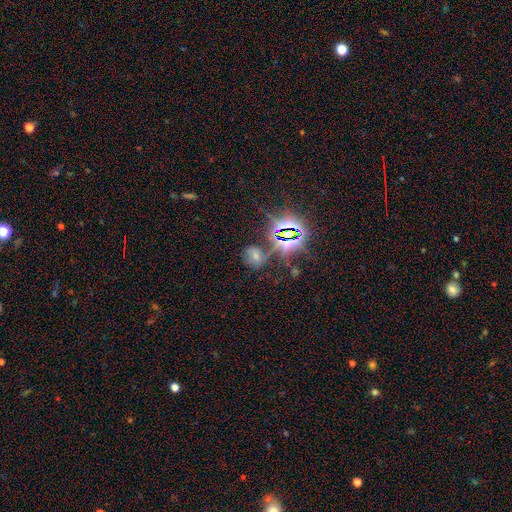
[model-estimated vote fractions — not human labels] Q: Smooth or featured?
A: star or artifact (49%); runner-up: smooth (33%)